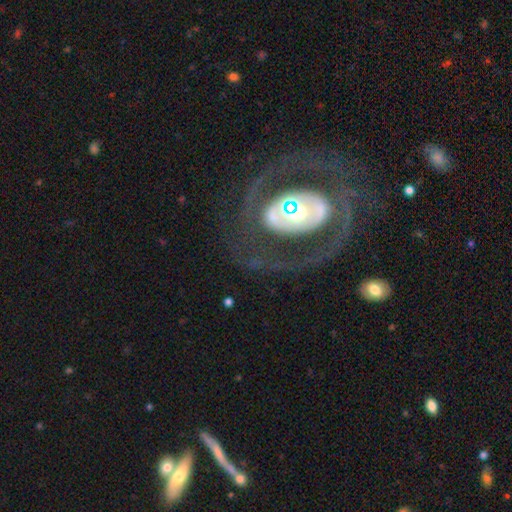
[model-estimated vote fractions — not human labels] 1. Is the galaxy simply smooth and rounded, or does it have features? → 79% featured or disk, 14% smooth, 7% star or artifact.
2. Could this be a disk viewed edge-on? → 95% no, 5% yes.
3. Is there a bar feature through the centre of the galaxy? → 63% no, 20% weak, 16% strong.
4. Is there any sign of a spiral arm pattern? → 57% yes, 43% no.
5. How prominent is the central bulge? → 50% moderate, 31% small, 14% large, 3% dominant, 2% none.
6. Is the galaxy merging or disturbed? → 73% none, 13% major disturbance, 12% minor disturbance, 3% merger.